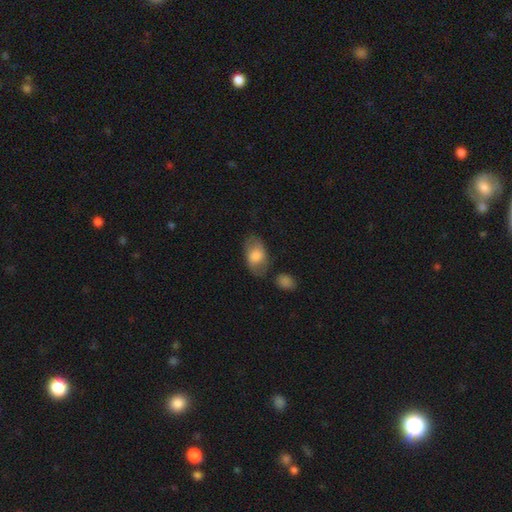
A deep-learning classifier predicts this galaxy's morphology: Smooth or featured?
  - smooth: 70% *
  - featured or disk: 24%
  - star or artifact: 6%
How rounded?
  - in between: 90% *
  - round: 9%
  - cigar-shaped: 2%
Merging?
  - none: 64% *
  - minor disturbance: 21%
  - major disturbance: 8%
  - merger: 7%